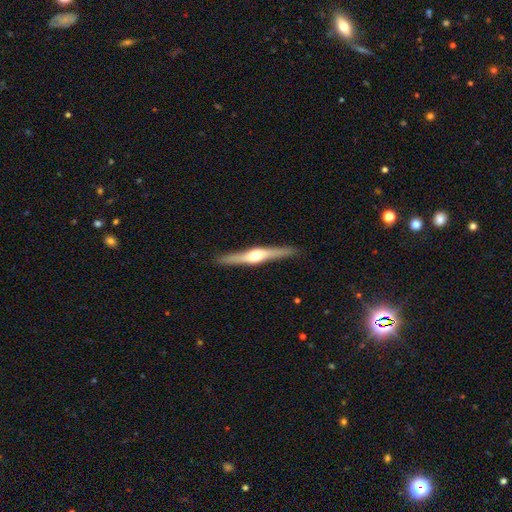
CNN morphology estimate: This appears to be a featured or disk galaxy (75%) viewed edge-on (98%) with a rounded central bulge (92%). Merging: none (90%).